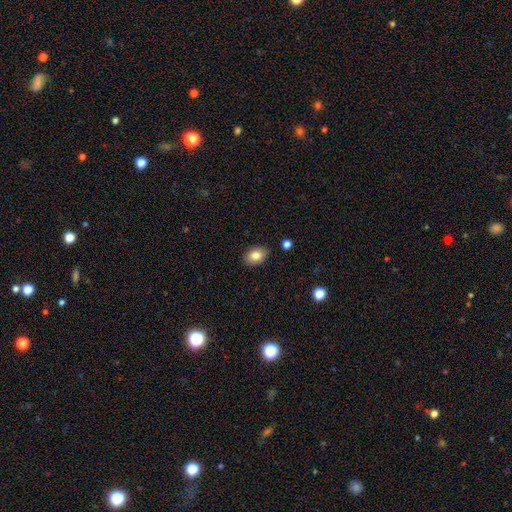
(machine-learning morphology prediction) smooth-or-featured: smooth: 81% | featured or disk: 10% | star or artifact: 8%
  how-rounded: in between: 83% | round: 16% | cigar-shaped: 1%
  merging: none: 87% | minor disturbance: 9% | major disturbance: 2% | merger: 2%